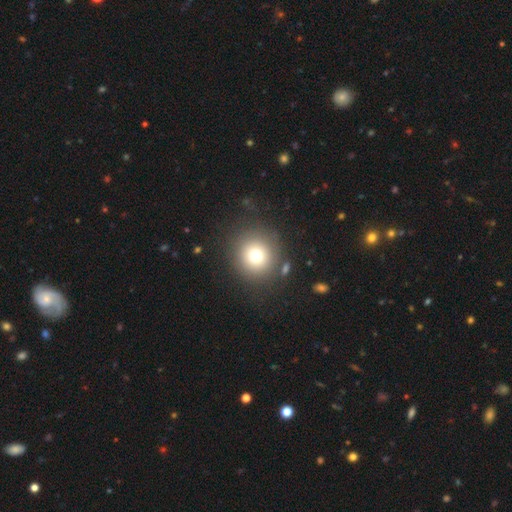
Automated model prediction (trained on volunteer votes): The model was most divided on "smooth or featured": smooth: 74%, star or artifact: 14%, featured or disk: 12%. More confident: how rounded — round (94%); merging — none (84%).